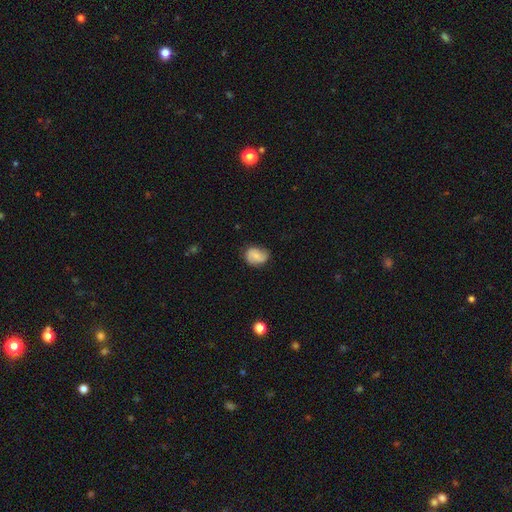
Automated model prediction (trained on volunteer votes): Smooth or featured? smooth (55%)
How rounded? in between (57%)
Merging? none (69%)